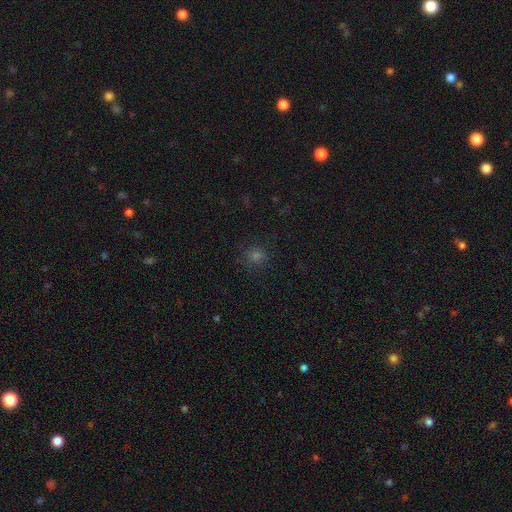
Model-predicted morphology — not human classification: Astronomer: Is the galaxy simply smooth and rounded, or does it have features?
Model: smooth — 63%.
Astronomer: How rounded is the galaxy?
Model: round — 89%.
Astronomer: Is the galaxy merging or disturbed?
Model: none — 86%.